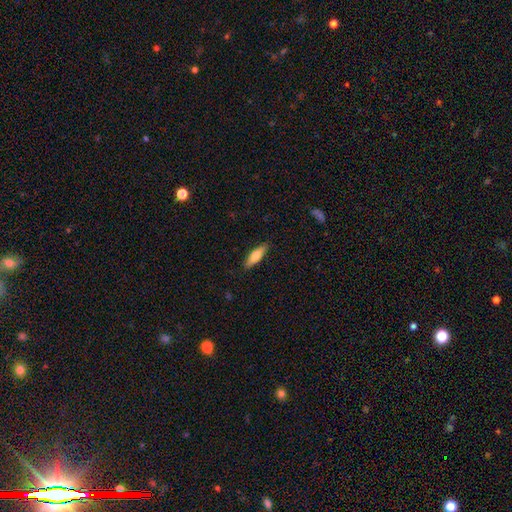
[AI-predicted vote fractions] Smooth or featured? Predicted: smooth (p=0.65). How rounded? Predicted: cigar-shaped (p=0.58). Merging? Predicted: none (p=0.89).